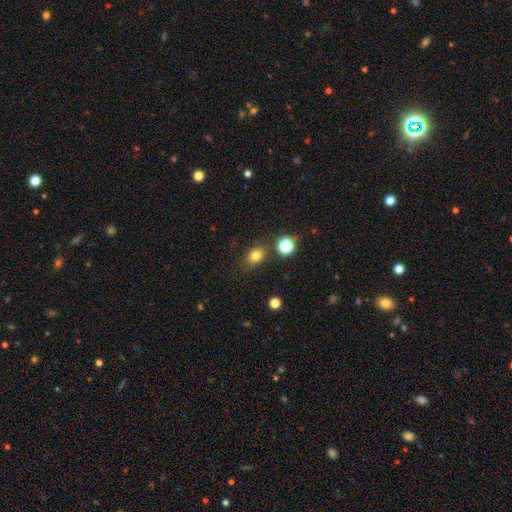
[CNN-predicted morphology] Smooth or featured? Predicted: smooth (p=0.78). How rounded? Predicted: in between (p=0.52). Merging? Predicted: none (p=0.78).